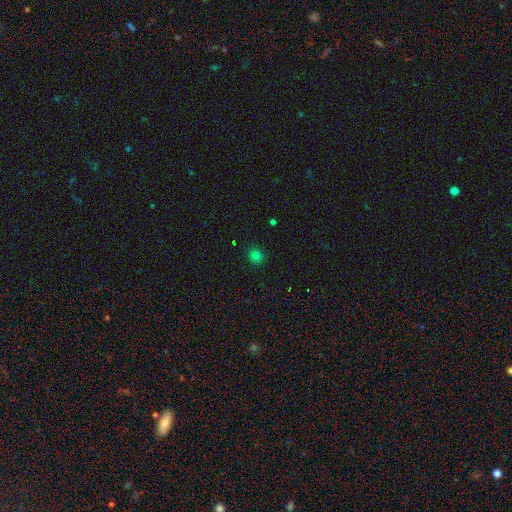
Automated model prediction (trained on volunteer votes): smooth_or_featured: smooth (p=0.79) [alt: star or artifact p=0.17]
how_rounded: round (p=0.88) [alt: in between p=0.11]
merging: none (p=0.90) [alt: minor disturbance p=0.07]